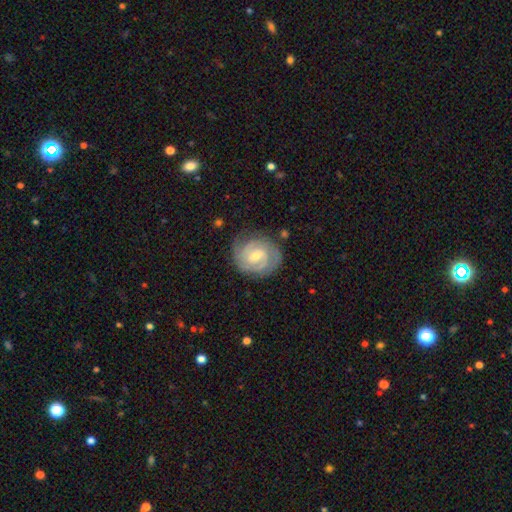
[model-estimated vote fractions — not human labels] Smooth or featured? featured or disk (84%)
Edge-on disk? no (98%)
Bar? weak (54%)
Spiral arms? yes (96%)
Spiral winding? tight (67%)
Spiral arm count? 2 (55%)
Bulge size? small (52%)
Merging? none (78%)